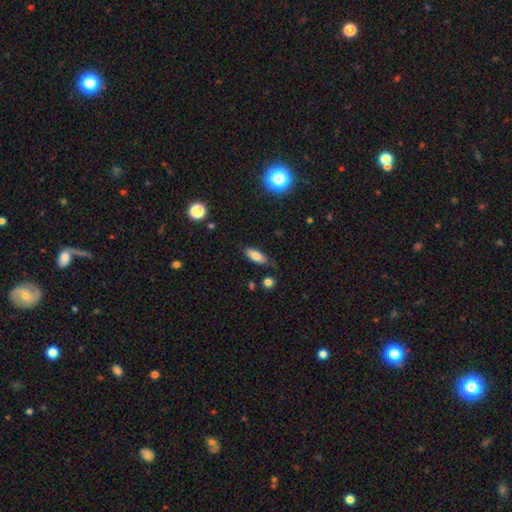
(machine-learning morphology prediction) The model was most divided on "merging": none: 76%, minor disturbance: 18%, major disturbance: 4%, merger: 3%. More confident: how rounded — in between (80%); smooth or featured — smooth (77%).